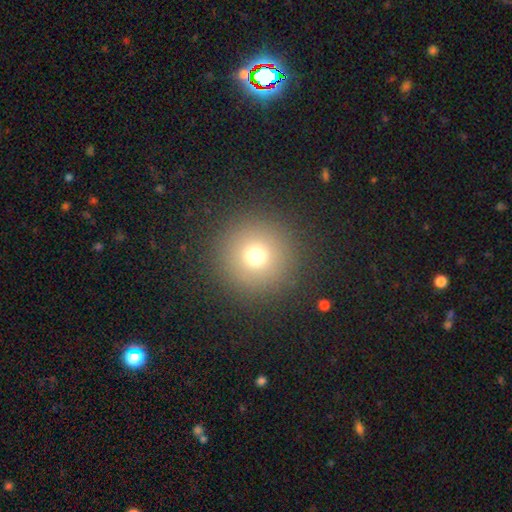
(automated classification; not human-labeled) This is likely a smooth galaxy (72%). How rounded: clearly round (96%). Merging: clearly none (90%).